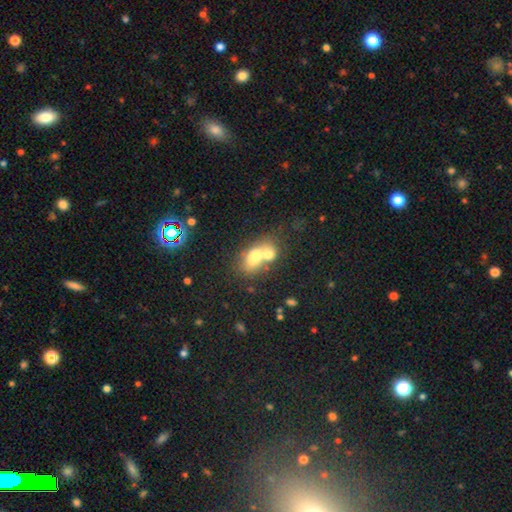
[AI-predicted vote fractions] Q: Smooth or featured?
A: smooth (63%); runner-up: featured or disk (23%)
Q: How rounded?
A: in between (68%); runner-up: round (28%)
Q: Merging?
A: merger (66%); runner-up: none (22%)